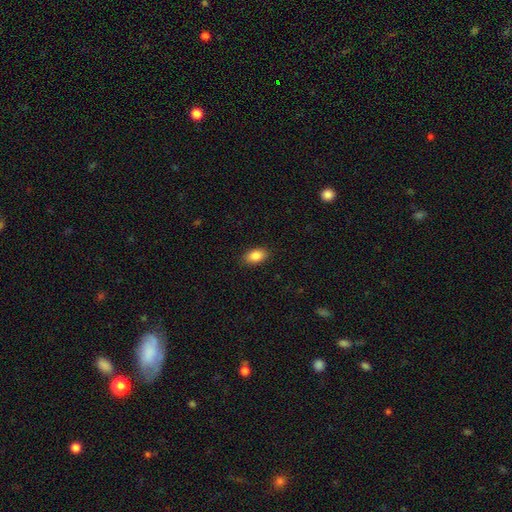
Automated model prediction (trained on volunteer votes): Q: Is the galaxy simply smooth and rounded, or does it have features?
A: smooth — 86%.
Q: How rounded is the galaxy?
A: in between — 90%.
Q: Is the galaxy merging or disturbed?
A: none — 89%.